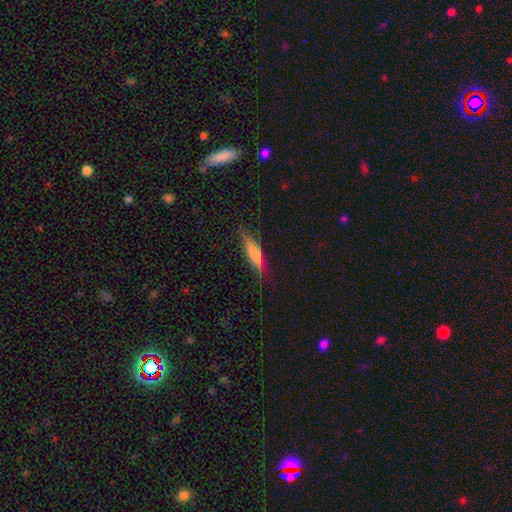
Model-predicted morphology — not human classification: Smooth or featured? Predicted: smooth (p=0.58). How rounded? Predicted: cigar-shaped (p=0.73). Merging? Predicted: none (p=0.76).